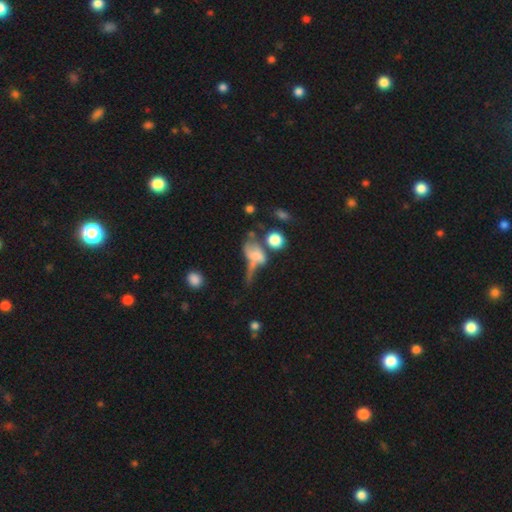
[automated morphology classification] This appears to be a smooth galaxy with no disk features (50%). Merging: major disturbance (35%).